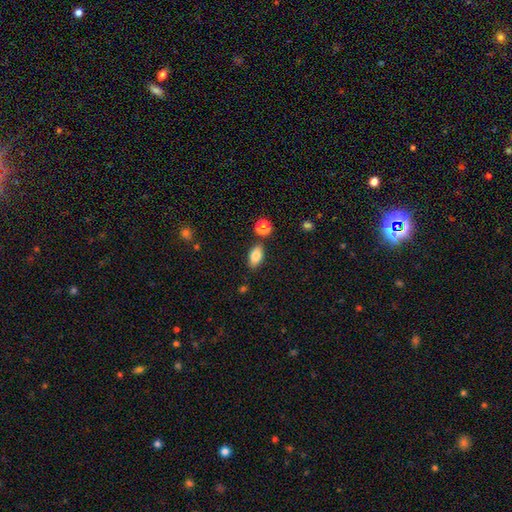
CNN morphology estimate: Smooth or featured? Predicted: smooth (p=0.81). How rounded? Predicted: in between (p=0.88). Merging? Predicted: none (p=0.81).